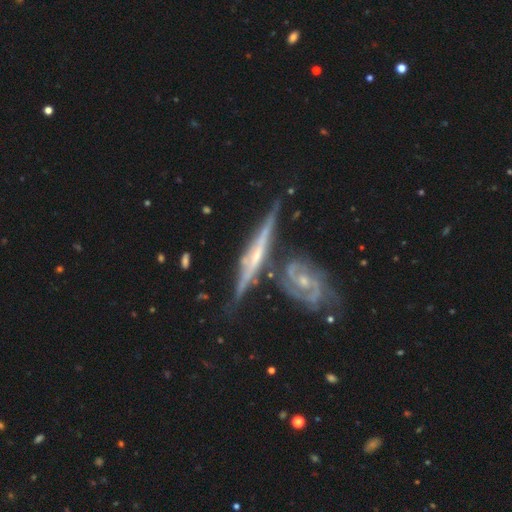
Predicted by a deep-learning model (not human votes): smooth_or_featured: featured or disk (p=0.85) [alt: smooth p=0.10]
disk_edge_on: yes (p=0.85) [alt: no p=0.15]
edge_on_bulge: rounded (p=0.51) [alt: none p=0.38]
merging: none (p=0.57) [alt: merger p=0.22]